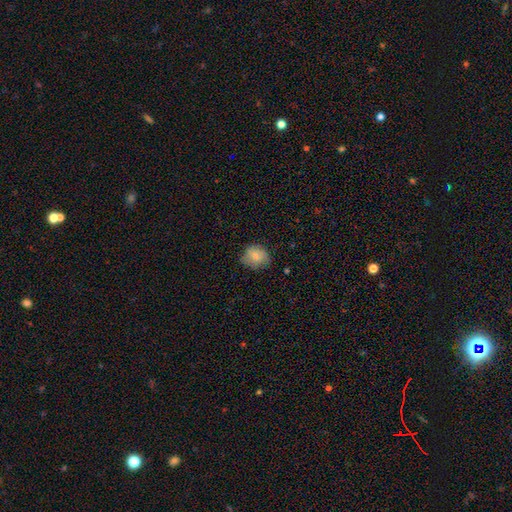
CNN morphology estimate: A smooth galaxy with no disk features (81%) that is round (69%).

Vote fractions:
- Smooth or featured? smooth: 81% / featured or disk: 11% / star or artifact: 8%
- How rounded? round: 69% / in between: 30% / cigar-shaped: 1%
- Merging? none: 69% / minor disturbance: 24% / major disturbance: 5% / merger: 1%